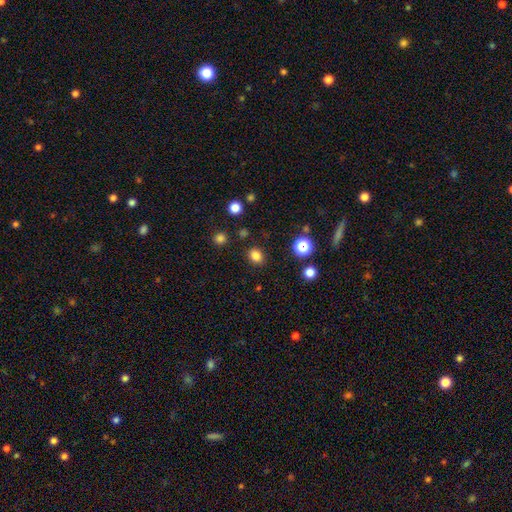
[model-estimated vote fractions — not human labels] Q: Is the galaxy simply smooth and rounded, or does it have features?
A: smooth — 82%.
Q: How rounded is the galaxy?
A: round — 59%.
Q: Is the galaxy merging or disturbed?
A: none — 87%.